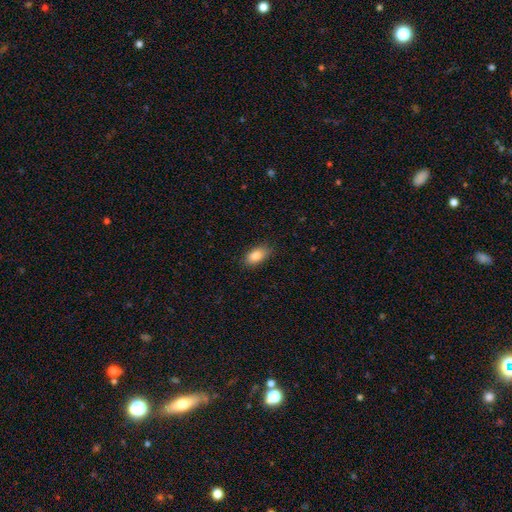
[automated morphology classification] A smooth galaxy with no disk features (84%) that is in between round and cigar-shaped (90%). Merging: none (83%).